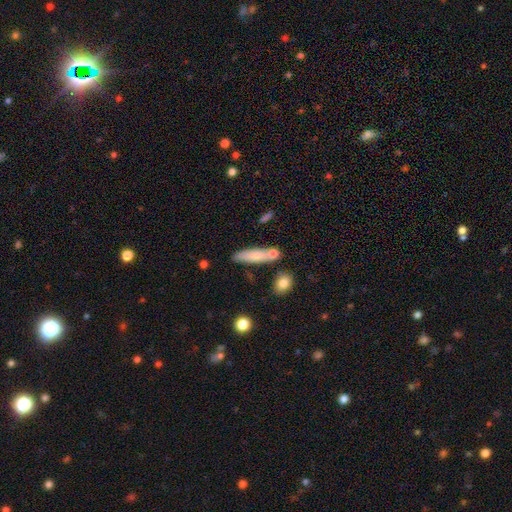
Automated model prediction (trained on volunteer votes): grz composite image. It shows a smooth galaxy with no disk features (76%) that is cigar-shaped (72%). Merging: none (68%).